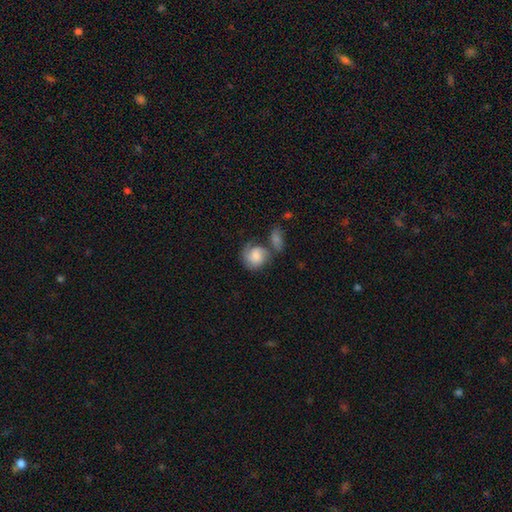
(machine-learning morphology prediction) Smooth or featured? Predicted: smooth (p=0.59). How rounded? Predicted: round (p=0.71). Merging? Predicted: none (p=0.39).